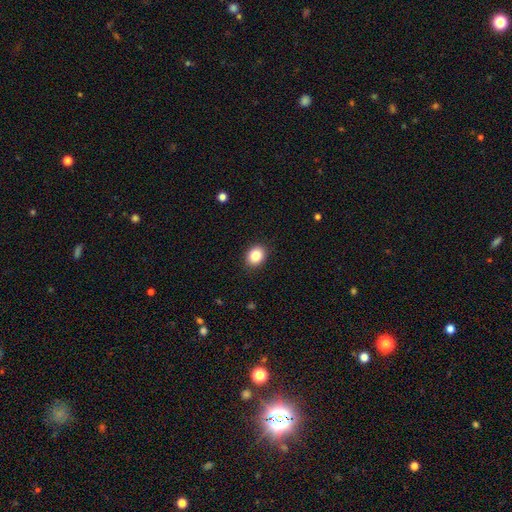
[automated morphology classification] Q: Smooth or featured?
A: smooth (85%); runner-up: star or artifact (9%)
Q: How rounded?
A: round (50%); runner-up: in between (49%)
Q: Merging?
A: none (90%); runner-up: minor disturbance (7%)